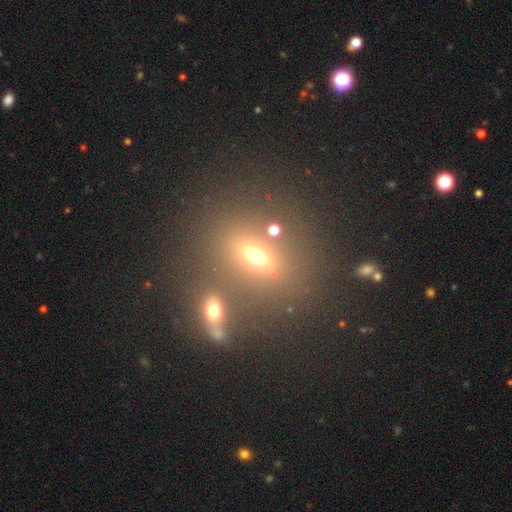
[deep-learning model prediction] smooth-or-featured: smooth: 62% | star or artifact: 19% | featured or disk: 18%
  how-rounded: in between: 67% | round: 26% | cigar-shaped: 8%
  merging: none: 60% | merger: 24% | minor disturbance: 10% | major disturbance: 6%